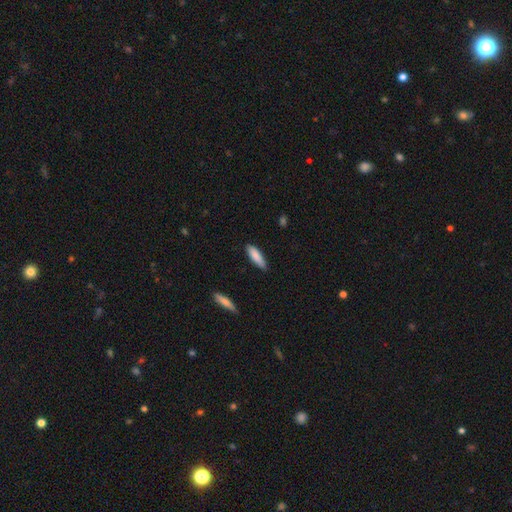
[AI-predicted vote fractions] Smooth or featured? Predicted: smooth (p=0.84). How rounded? Predicted: cigar-shaped (p=0.55). Merging? Predicted: none (p=0.84).